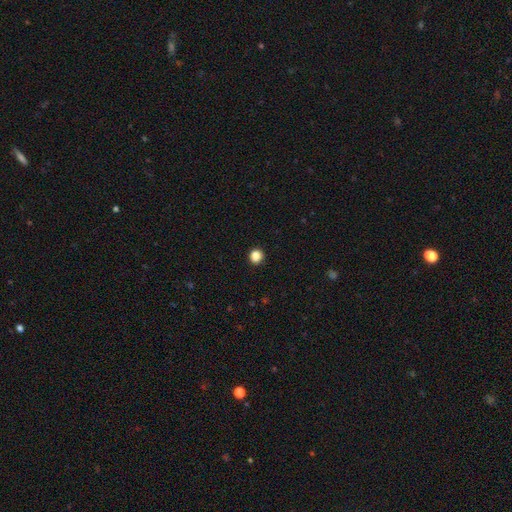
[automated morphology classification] smooth-or-featured: smooth: 86% | star or artifact: 11% | featured or disk: 3%
  how-rounded: round: 90% | in between: 9% | cigar-shaped: 1%
  merging: none: 93% | minor disturbance: 5% | major disturbance: 2% | merger: 1%